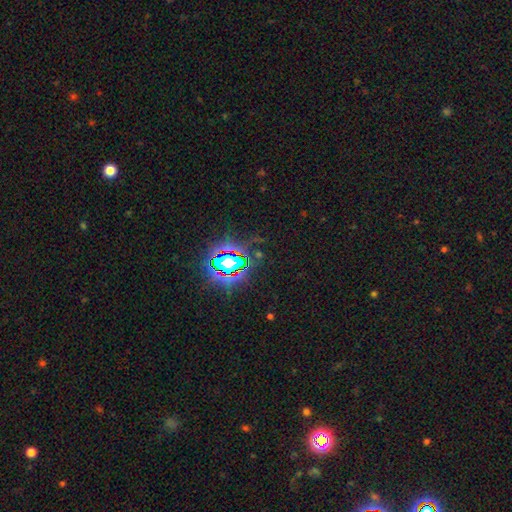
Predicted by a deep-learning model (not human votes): This appears to be a star or artifact, not a galaxy (79%).